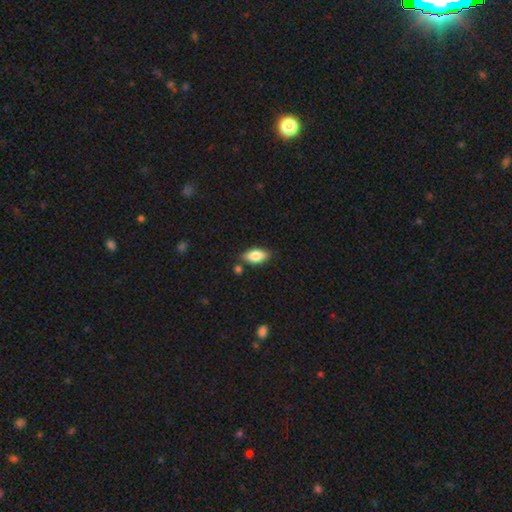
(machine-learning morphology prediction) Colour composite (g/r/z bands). It shows a smooth galaxy with no disk features (82%) that is in between round and cigar-shaped (89%). Merging: none (81%).